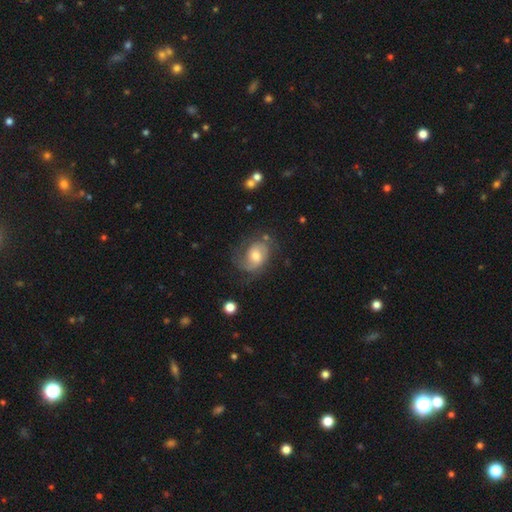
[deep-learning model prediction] Smooth or featured? Predicted: featured or disk (p=0.69). Edge-on disk? Predicted: no (p=0.97). Bar? Predicted: no (p=0.54). Spiral arms? Predicted: yes (p=0.91). Spiral winding? Predicted: medium (p=0.45). Spiral arm count? Predicted: 2 (p=0.64). Bulge size? Predicted: moderate (p=0.60). Merging? Predicted: none (p=0.61).